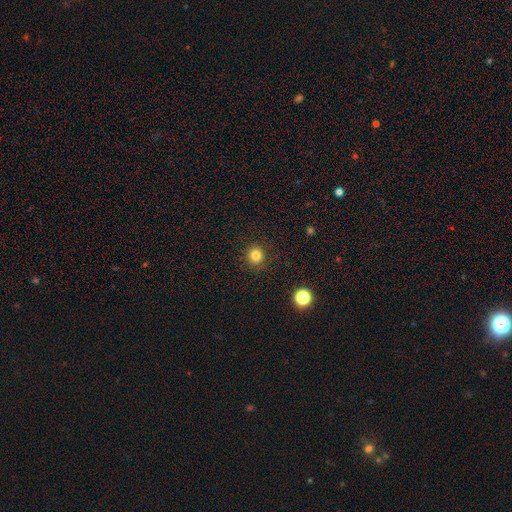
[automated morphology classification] Overall: smooth (82%). How rounded: round (92%). Merging: none (90%).